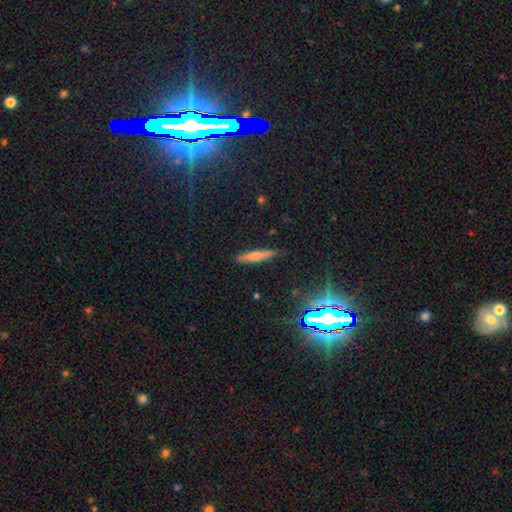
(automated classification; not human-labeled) Smooth or featured: smooth — 64% (featured or disk — 26%)
How rounded: cigar-shaped — 88% (in between — 10%)
Merging: none — 86% (minor disturbance — 11%)